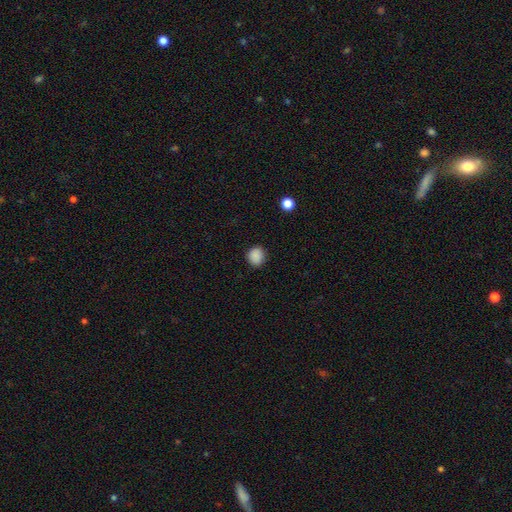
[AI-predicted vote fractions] A smooth galaxy with no disk features (88%) that is round (83%). Merging: none (89%).